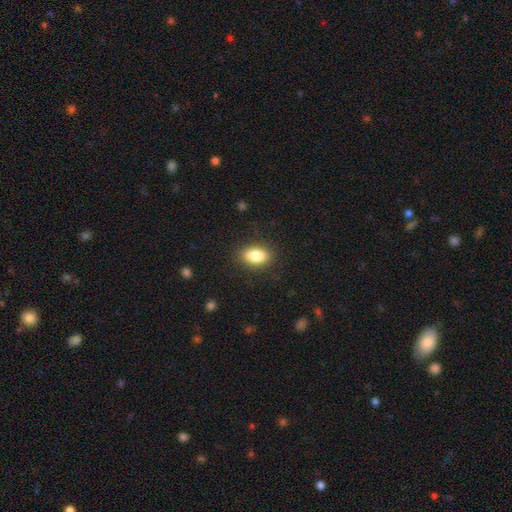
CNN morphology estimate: smooth-or-featured: smooth: 85% | star or artifact: 8% | featured or disk: 7%
  how-rounded: in between: 87% | round: 10% | cigar-shaped: 3%
  merging: none: 87% | minor disturbance: 9% | major disturbance: 3% | merger: 1%